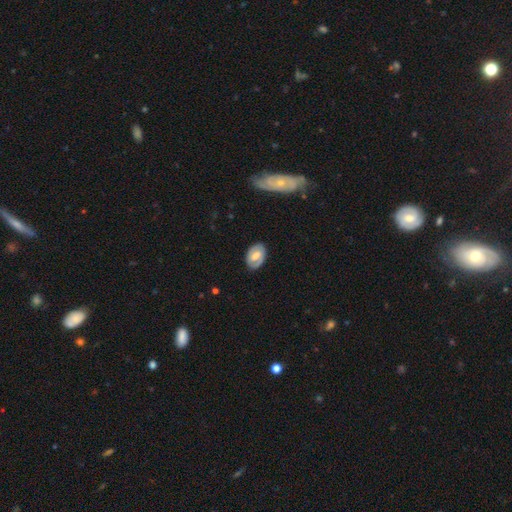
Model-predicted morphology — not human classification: smooth_or_featured: featured or disk (p=0.54) [alt: smooth p=0.40]
disk_edge_on: no (p=0.94) [alt: yes p=0.06]
bar: weak (p=0.47) [alt: no p=0.31]
has_spiral_arms: yes (p=0.61) [alt: no p=0.39]
bulge_size: moderate (p=0.65) [alt: small p=0.19]
merging: none (p=0.82) [alt: minor disturbance p=0.13]